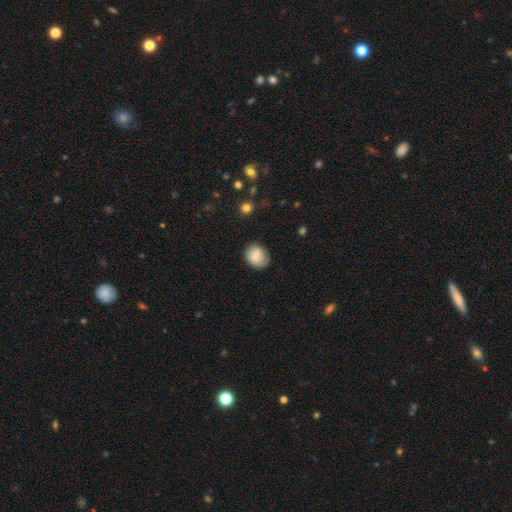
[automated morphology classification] This appears to be a smooth galaxy with no disk features (75%) that is round (57%). Merging: none (75%).